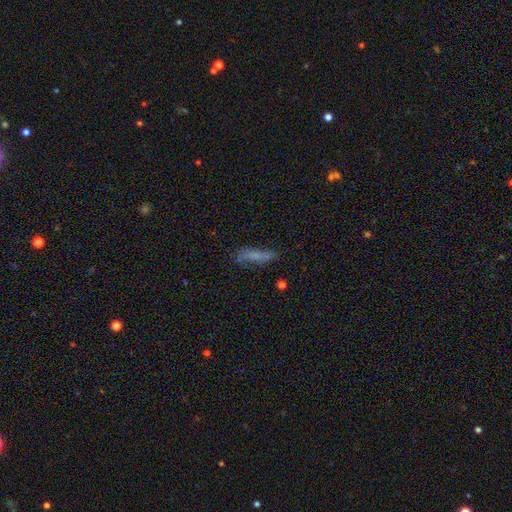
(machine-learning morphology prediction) smooth 59%, featured or disk 30%, star or artifact 11%. Down the decision tree: how rounded — cigar-shaped (71%); merging — none (60%).